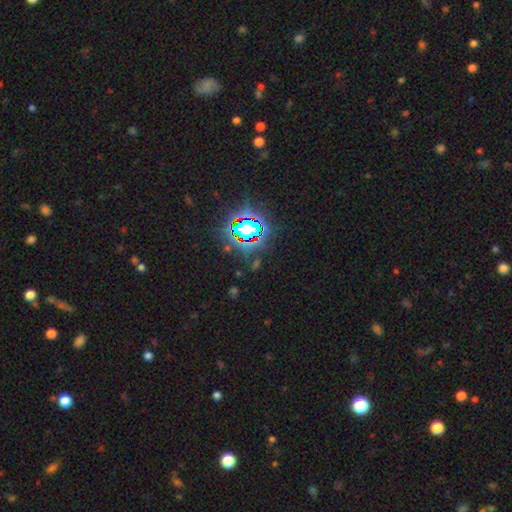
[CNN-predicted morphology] Smooth or featured: star or artifact — 81% (smooth — 12%)